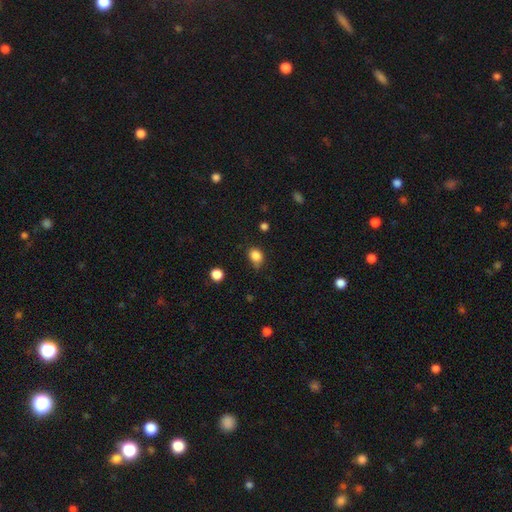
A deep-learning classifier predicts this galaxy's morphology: Smooth or featured? Predicted: smooth (p=0.85). How rounded? Predicted: round (p=0.51). Merging? Predicted: none (p=0.65).